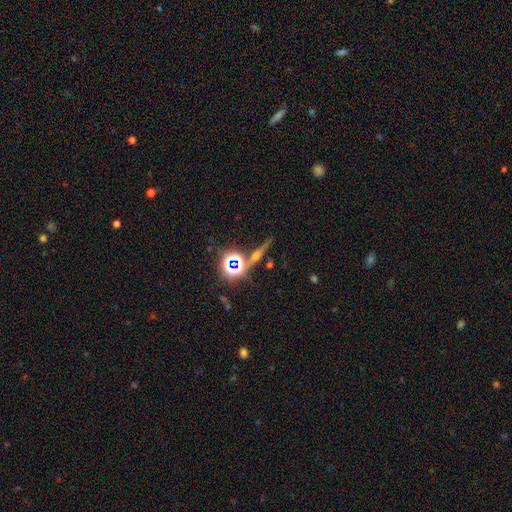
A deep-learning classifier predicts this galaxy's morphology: This appears to be a star or artifact, not a galaxy (41%).